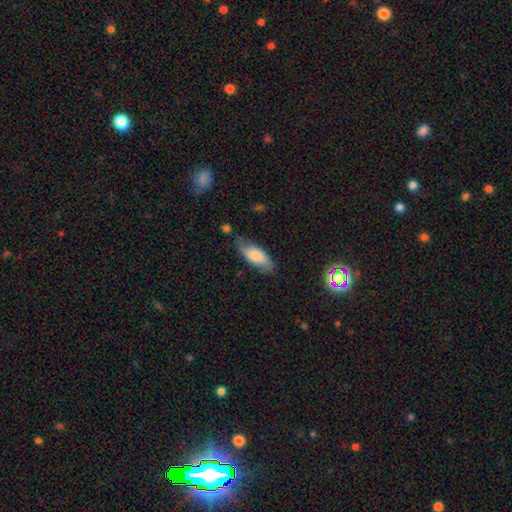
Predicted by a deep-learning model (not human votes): Overall: smooth (70%). How rounded: in between (78%). Merging: none (64%; minor disturbance 26%).